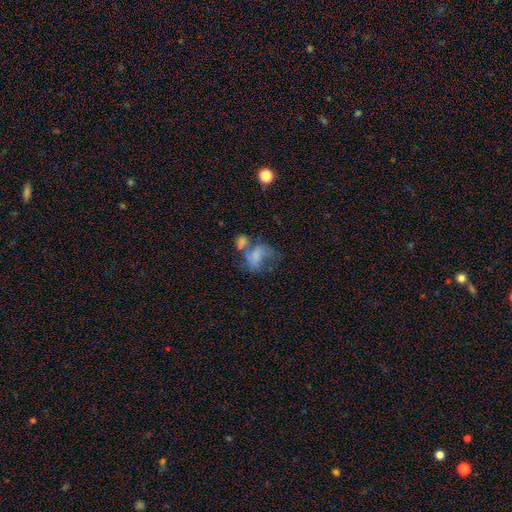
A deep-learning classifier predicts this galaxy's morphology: This appears to be a smooth galaxy with no disk features (53%) that is in between round and cigar-shaped (74%). Merging: merger (39%).